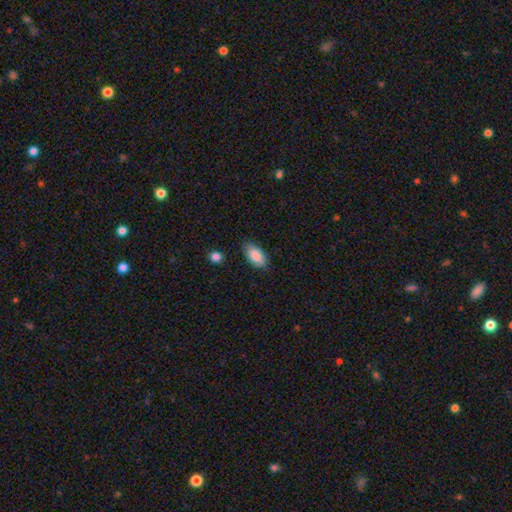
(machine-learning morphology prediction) A smooth galaxy with no disk features (87%) that is in between round and cigar-shaped (94%).

Vote fractions:
- Smooth or featured? smooth: 87% / featured or disk: 7% / star or artifact: 6%
- How rounded? in between: 94% / cigar-shaped: 3% / round: 3%
- Merging? none: 81% / minor disturbance: 15% / major disturbance: 3% / merger: 2%